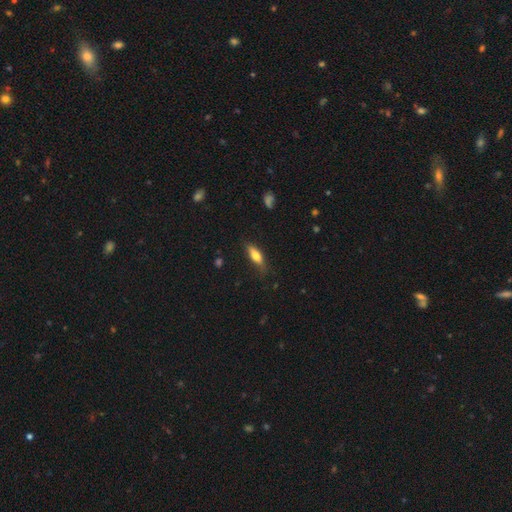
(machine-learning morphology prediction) A smooth galaxy with no disk features (66%) that is in between round and cigar-shaped (52%).

Vote fractions:
- Smooth or featured? smooth: 66% / featured or disk: 27% / star or artifact: 7%
- How rounded? in between: 52% / cigar-shaped: 46% / round: 3%
- Merging? none: 73% / minor disturbance: 21% / major disturbance: 5% / merger: 1%